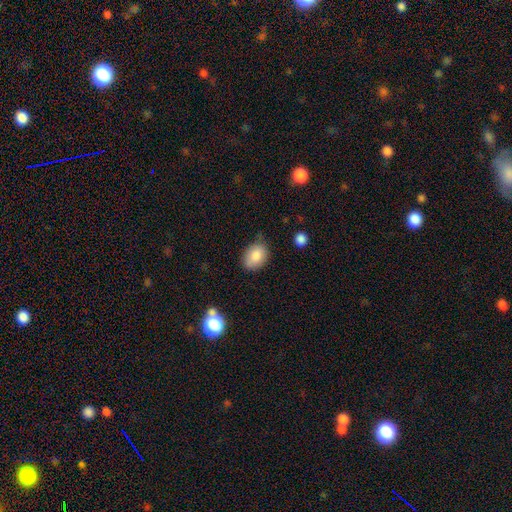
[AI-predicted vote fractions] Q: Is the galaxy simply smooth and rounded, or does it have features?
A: smooth — 84%.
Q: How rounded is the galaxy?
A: in between — 76%.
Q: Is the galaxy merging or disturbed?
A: none — 70%.